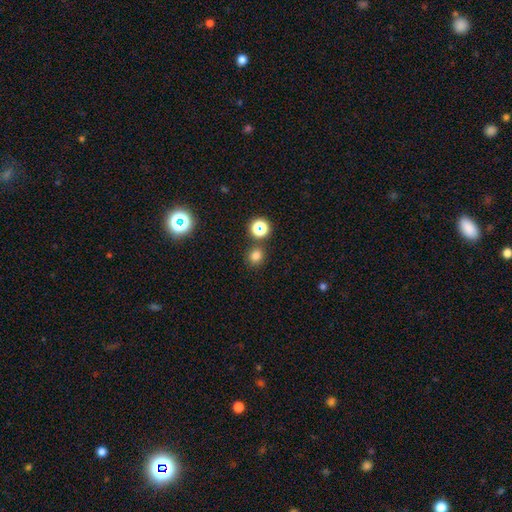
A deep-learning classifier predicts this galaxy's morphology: smooth 76%, star or artifact 19%, featured or disk 5%. Down the decision tree: how rounded — round (82%); merging — none (82%).